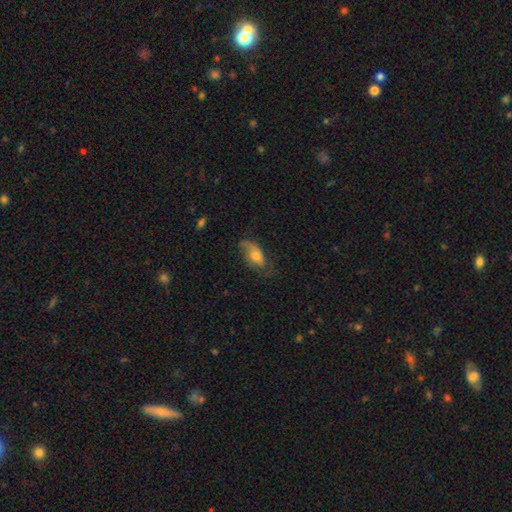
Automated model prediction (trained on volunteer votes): Q: Smooth or featured?
A: smooth (54%); runner-up: featured or disk (38%)
Q: How rounded?
A: in between (87%); runner-up: cigar-shaped (8%)
Q: Merging?
A: none (49%); runner-up: minor disturbance (31%)